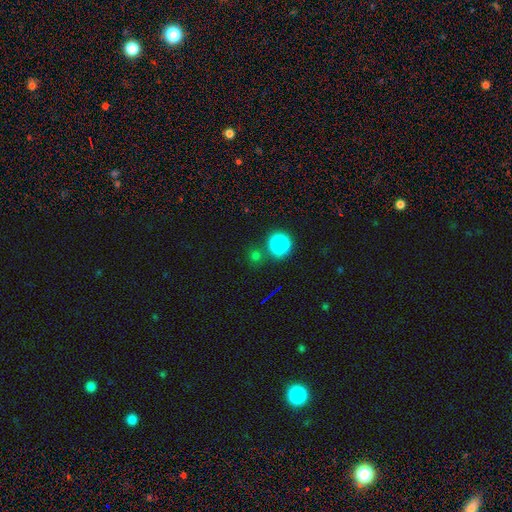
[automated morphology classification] smooth 58%, star or artifact 36%, featured or disk 6%. Down the decision tree: how rounded — round (90%); merging — none (78%).